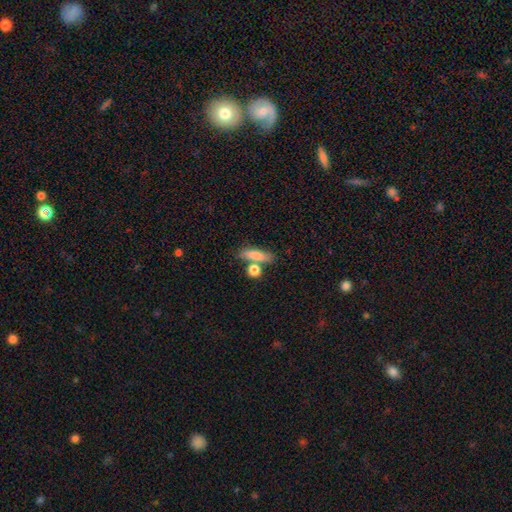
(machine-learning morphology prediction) type=smooth (79%); roundness=cigar-shaped (46%); merging=none (57%).